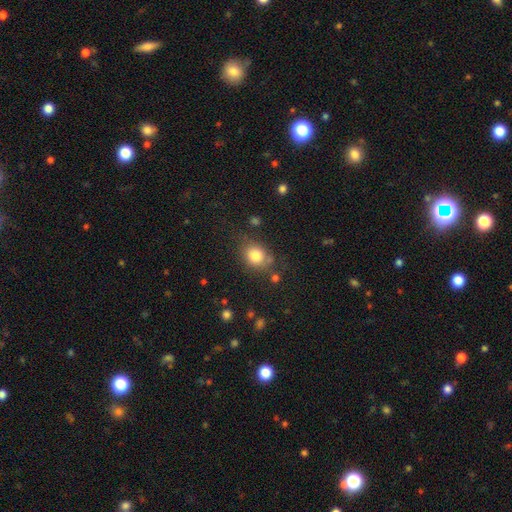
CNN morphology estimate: The model was most divided on "how rounded": round: 59%, in between: 40%, cigar-shaped: 1%. More confident: smooth or featured — smooth (81%); merging — none (68%).